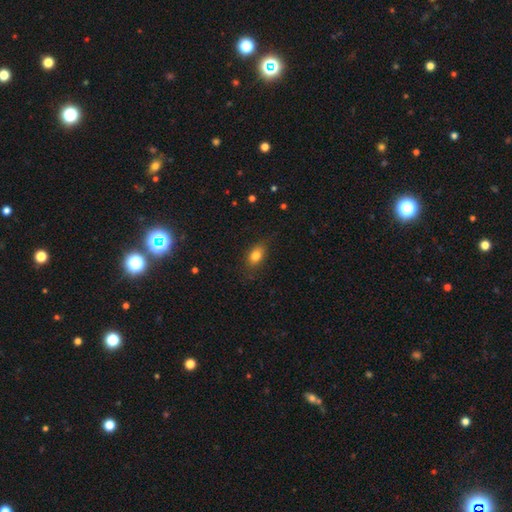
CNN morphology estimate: A smooth galaxy with no disk features (81%) that is in between round and cigar-shaped (80%).

Vote fractions:
- Smooth or featured? smooth: 81% / featured or disk: 10% / star or artifact: 9%
- How rounded? in between: 80% / round: 15% / cigar-shaped: 5%
- Merging? none: 80% / minor disturbance: 16% / major disturbance: 4% / merger: 1%